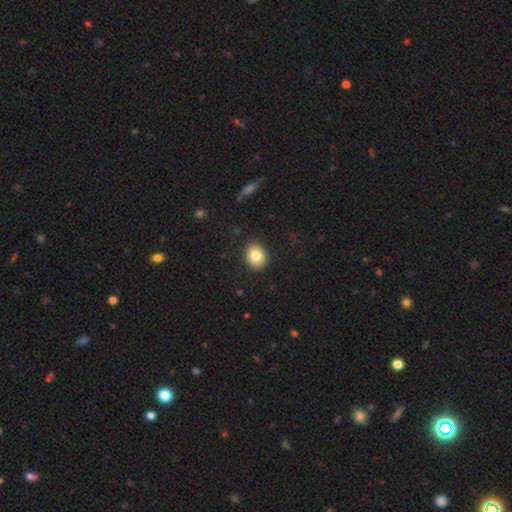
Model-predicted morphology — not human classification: smooth-or-featured: smooth: 82% | star or artifact: 9% | featured or disk: 9%
  how-rounded: round: 57% | in between: 42% | cigar-shaped: 1%
  merging: none: 89% | minor disturbance: 8% | major disturbance: 2% | merger: 1%